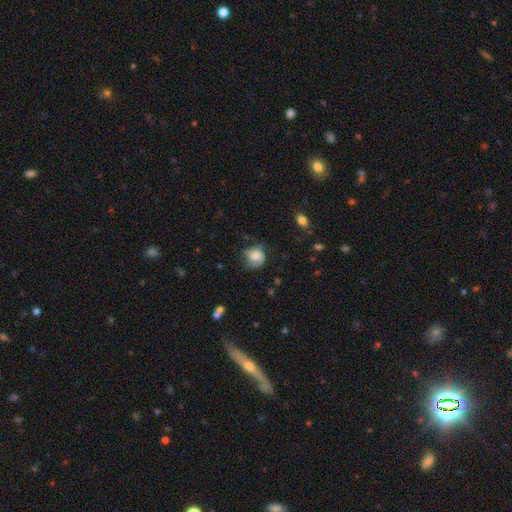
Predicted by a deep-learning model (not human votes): A smooth galaxy with no disk features (54%) that is round (71%). Merging: none (53%).